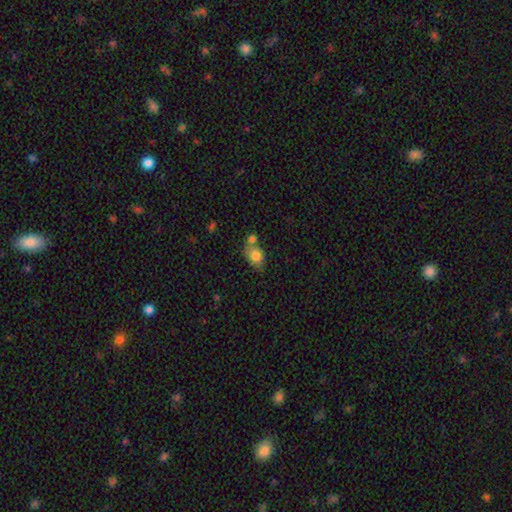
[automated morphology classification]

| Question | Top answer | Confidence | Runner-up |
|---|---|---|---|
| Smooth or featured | smooth | 80% | featured or disk (12%) |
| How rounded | in between | 70% | round (29%) |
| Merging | none | 47% | merger (33%) |